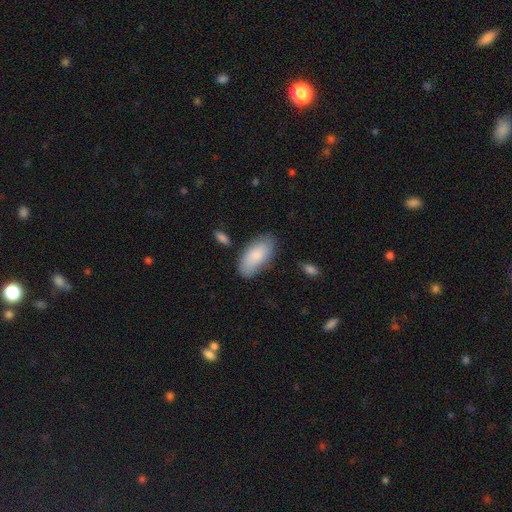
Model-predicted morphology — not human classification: smooth 83%, featured or disk 12%, star or artifact 5%. Down the decision tree: how rounded — in between (92%); merging — none (75%).